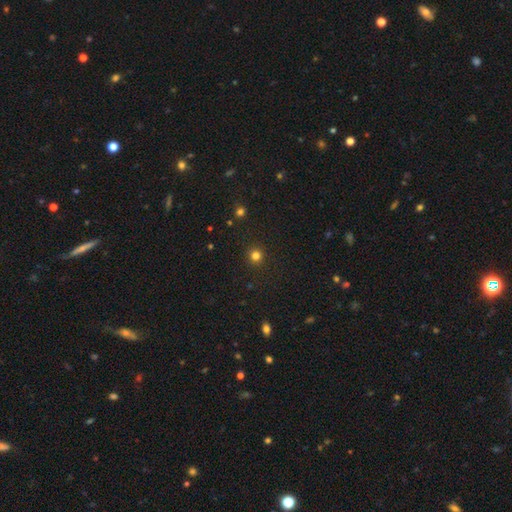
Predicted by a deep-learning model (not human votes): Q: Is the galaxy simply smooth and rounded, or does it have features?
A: smooth — 80%.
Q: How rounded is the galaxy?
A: round — 94%.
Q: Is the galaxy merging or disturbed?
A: none — 92%.